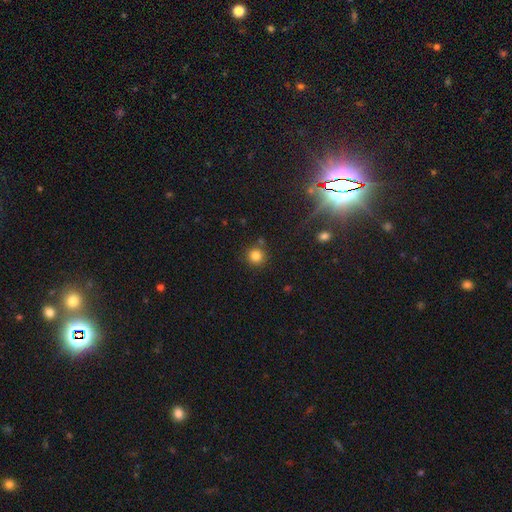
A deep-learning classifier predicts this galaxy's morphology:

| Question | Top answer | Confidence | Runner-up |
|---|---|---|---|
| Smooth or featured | smooth | 83% | star or artifact (12%) |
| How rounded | round | 94% | in between (5%) |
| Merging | none | 83% | minor disturbance (8%) |